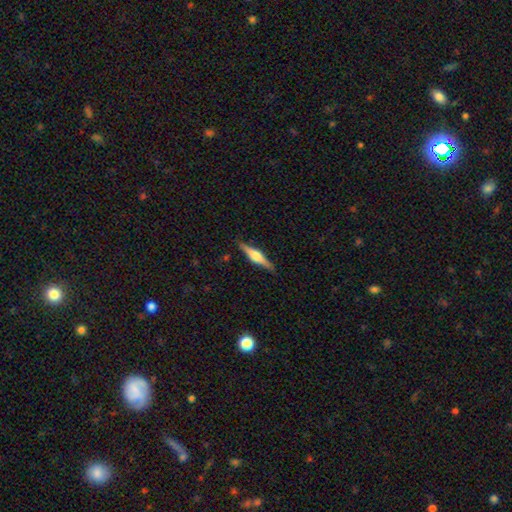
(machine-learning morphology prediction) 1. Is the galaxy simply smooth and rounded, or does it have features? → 71% featured or disk, 23% smooth, 6% star or artifact.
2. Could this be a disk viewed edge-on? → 98% yes, 2% no.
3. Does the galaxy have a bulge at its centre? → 85% rounded, 12% boxy, 3% none.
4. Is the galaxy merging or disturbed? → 89% none, 8% minor disturbance, 2% major disturbance, 1% merger.